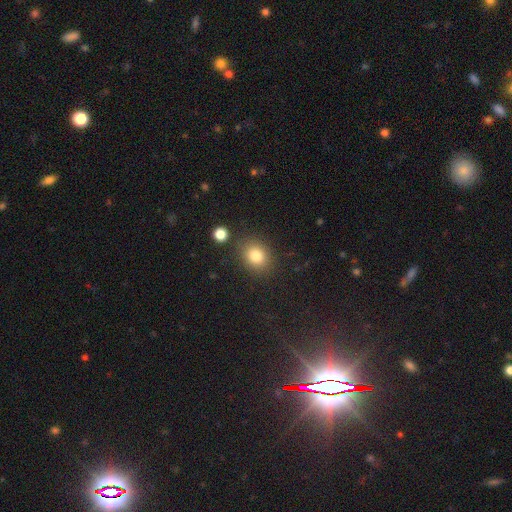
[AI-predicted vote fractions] Smooth or featured? Predicted: smooth (p=0.81). How rounded? Predicted: round (p=0.61). Merging? Predicted: none (p=0.83).